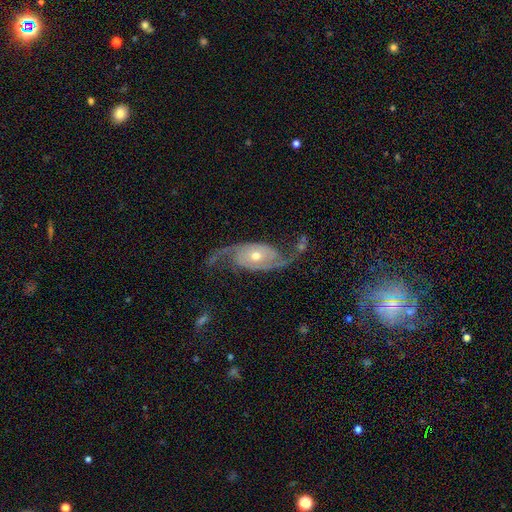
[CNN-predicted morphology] This is clearly a featured or disk galaxy (90%). It is clearly not viewed edge-on (96%). Bar: likely no (70%). Spiral arm pattern: clearly yes (97%). Spiral arm count: clearly 2 (94%). Spiral winding: possibly loose (54%). Central bulge: likely moderate (61%). Merging: likely none (70%).